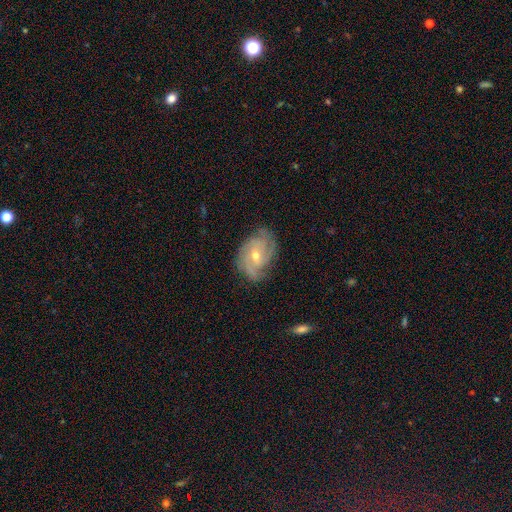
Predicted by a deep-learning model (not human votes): Overall: featured or disk (82%). Edge-on disk: no (97%). Bar: no (64%; weak 29%). Spiral arms: yes (95%). Spiral arm count: 3 (39%; 2 22%). Spiral winding: tight (50%; medium 38%). Bulge size: moderate (52%; small 45%). Merging: none (71%).